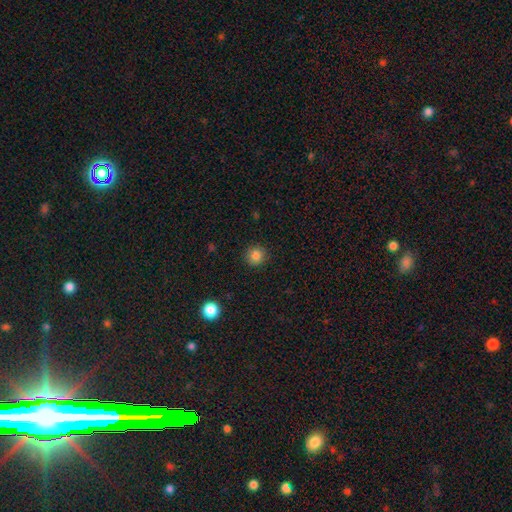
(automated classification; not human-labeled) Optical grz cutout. It shows a smooth galaxy with no disk features (83%) that is round (93%). Merging: none (91%).